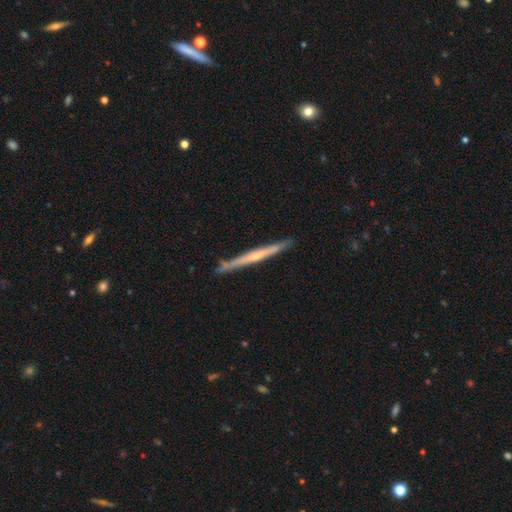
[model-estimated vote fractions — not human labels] Smooth or featured: featured or disk — 64% (smooth — 31%)
Edge-on disk: yes — 97% (no — 3%)
Edge-on bulge: none — 48% (rounded — 46%)
Merging: none — 87% (minor disturbance — 10%)